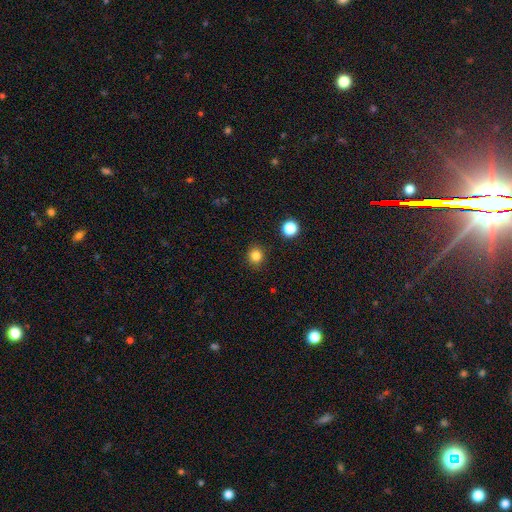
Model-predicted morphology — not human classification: smooth_or_featured: smooth (p=0.83) [alt: star or artifact p=0.13]
how_rounded: round (p=0.89) [alt: in between p=0.10]
merging: none (p=0.90) [alt: minor disturbance p=0.06]